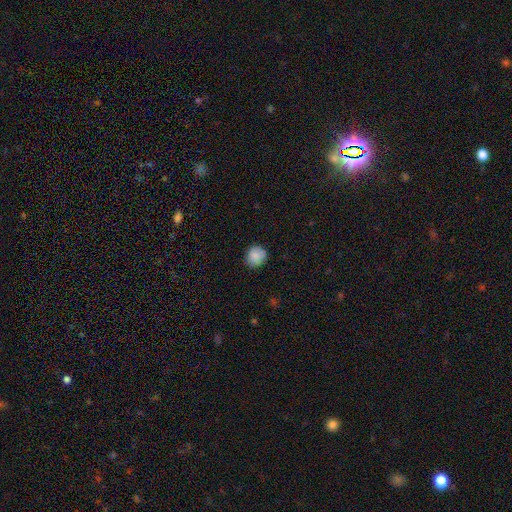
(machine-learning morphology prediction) This appears to be a smooth galaxy with no disk features (86%) that is round (84%). Merging: none (84%).